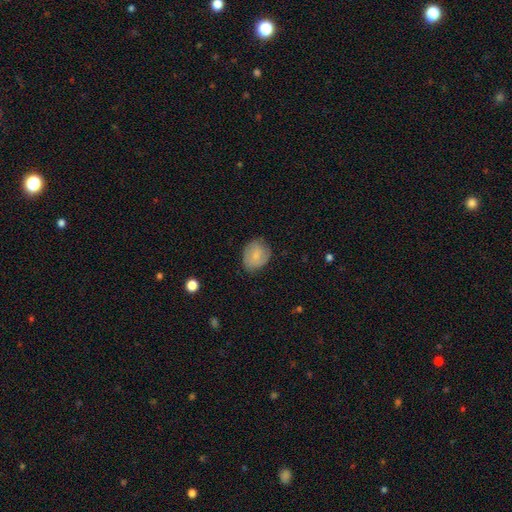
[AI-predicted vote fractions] Smooth or featured?
  - smooth: 69% *
  - featured or disk: 24%
  - star or artifact: 7%
How rounded?
  - round: 51% *
  - in between: 48%
  - cigar-shaped: 1%
Merging?
  - none: 70% *
  - minor disturbance: 23%
  - major disturbance: 5%
  - merger: 1%